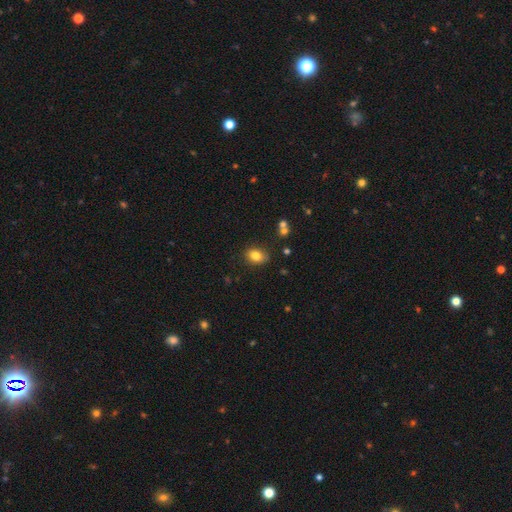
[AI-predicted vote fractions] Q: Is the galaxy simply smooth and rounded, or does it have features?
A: smooth — 82%.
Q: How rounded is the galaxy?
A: in between — 75%.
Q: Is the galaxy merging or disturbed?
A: none — 82%.